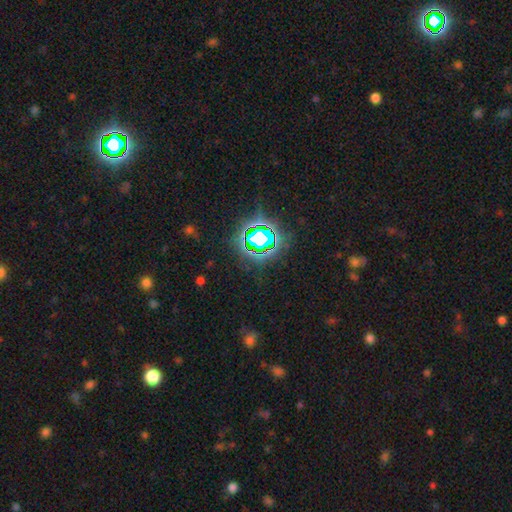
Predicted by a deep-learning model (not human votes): Smooth or featured? Predicted: star or artifact (p=0.78).